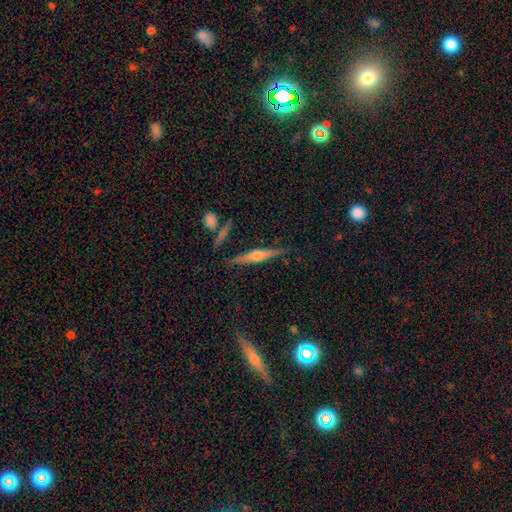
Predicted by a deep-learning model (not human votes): A featured or disk galaxy (63%) viewed edge-on (96%) with a rounded central bulge (81%). Merging: none (84%).